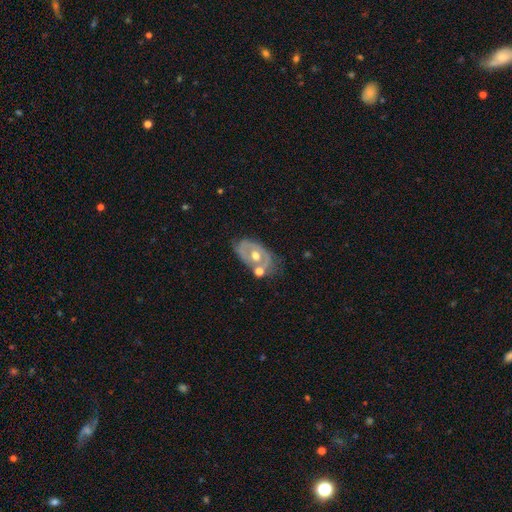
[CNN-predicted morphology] featured or disk 65%, smooth 28%, star or artifact 7%. Down the decision tree: edge-on disk — no (92%); bar — no (81%); spiral arms — no (71%); bulge size — moderate (78%); merging — none (55%).